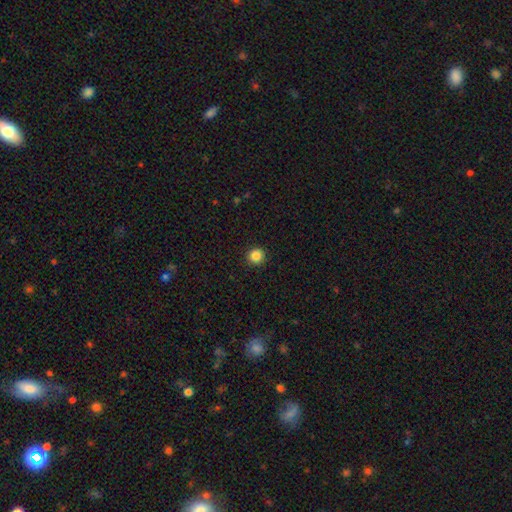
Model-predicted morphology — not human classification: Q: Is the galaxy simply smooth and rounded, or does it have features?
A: smooth — 86%.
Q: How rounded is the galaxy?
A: round — 94%.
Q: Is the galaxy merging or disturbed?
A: none — 93%.